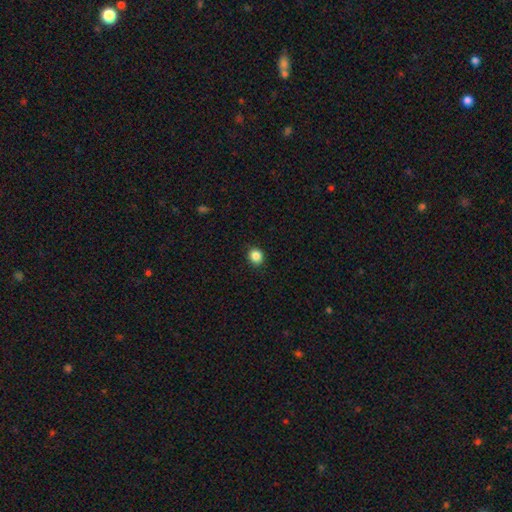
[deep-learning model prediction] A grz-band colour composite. It shows a smooth galaxy with no disk features (86%) that is round (78%). Merging: none (91%).